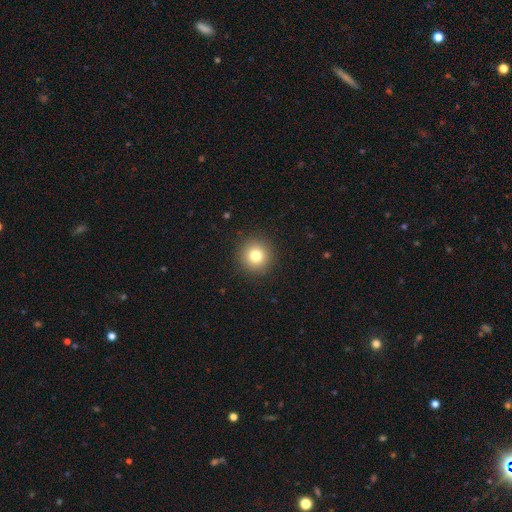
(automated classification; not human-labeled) Smooth or featured?
  - smooth: 79% *
  - star or artifact: 12%
  - featured or disk: 9%
How rounded?
  - round: 95% *
  - in between: 4%
  - cigar-shaped: 1%
Merging?
  - none: 92% *
  - minor disturbance: 5%
  - major disturbance: 2%
  - merger: 1%